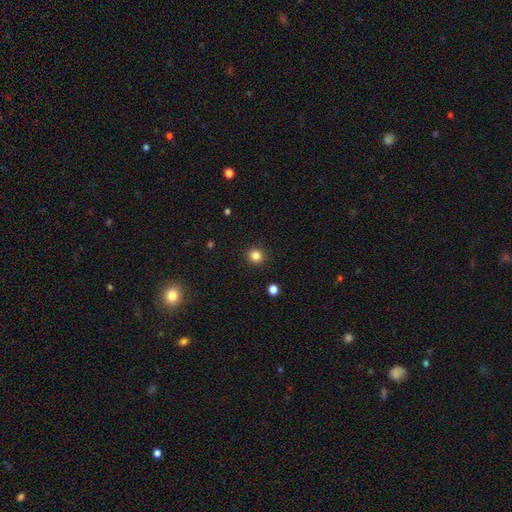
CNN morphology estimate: Smooth or featured? Predicted: smooth (p=0.84). How rounded? Predicted: round (p=0.92). Merging? Predicted: none (p=0.92).